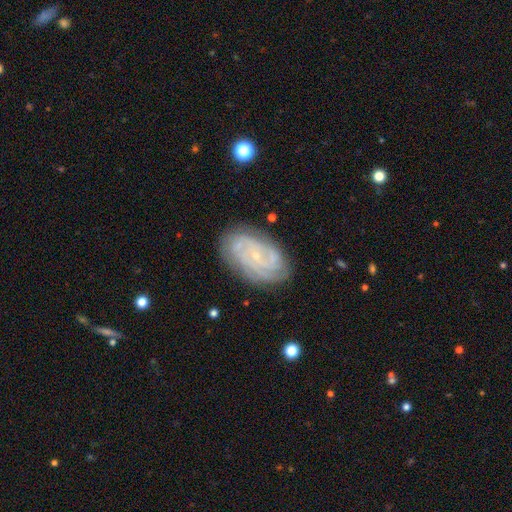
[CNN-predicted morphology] Smooth or featured: featured or disk — 82% (smooth — 11%)
Edge-on disk: no — 96% (yes — 4%)
Bar: no — 69% (weak — 25%)
Spiral arms: yes — 96% (no — 4%)
Spiral winding: tight — 71% (medium — 24%)
Spiral arm count: can't tell — 29% (2 — 25%)
Bulge size: small — 83% (moderate — 12%)
Merging: none — 80% (minor disturbance — 15%)